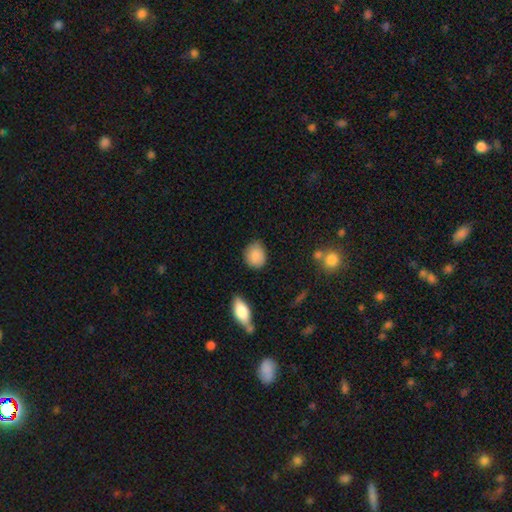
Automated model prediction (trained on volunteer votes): This appears to be a smooth galaxy with no disk features (87%) that is round (57%). Merging: none (79%).